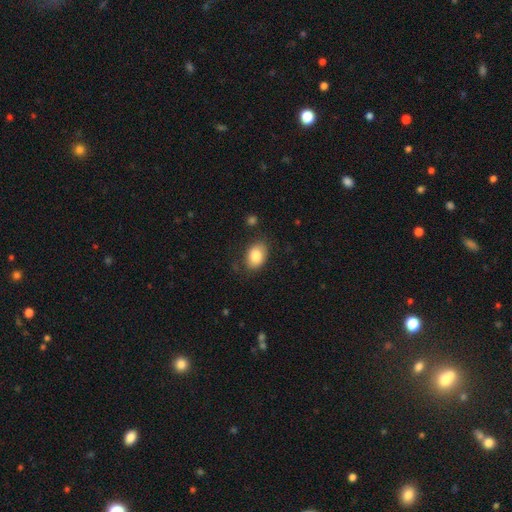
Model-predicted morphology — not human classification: smooth_or_featured: smooth (p=0.84) [alt: featured or disk p=0.09]
how_rounded: in between (p=0.82) [alt: round p=0.17]
merging: none (p=0.77) [alt: minor disturbance p=0.16]